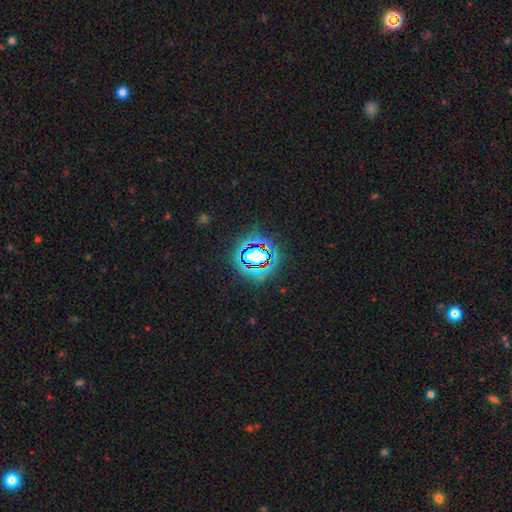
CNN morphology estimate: A star or artifact, not a galaxy (69%).

Vote fractions:
- Smooth or featured? star or artifact: 69% / smooth: 18% / featured or disk: 12%